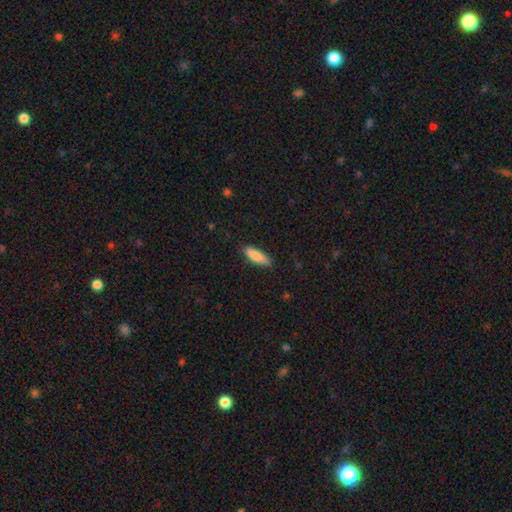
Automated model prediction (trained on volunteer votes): Smooth or featured? smooth (82%)
How rounded? cigar-shaped (49%, tied with in between)
Merging? none (86%)